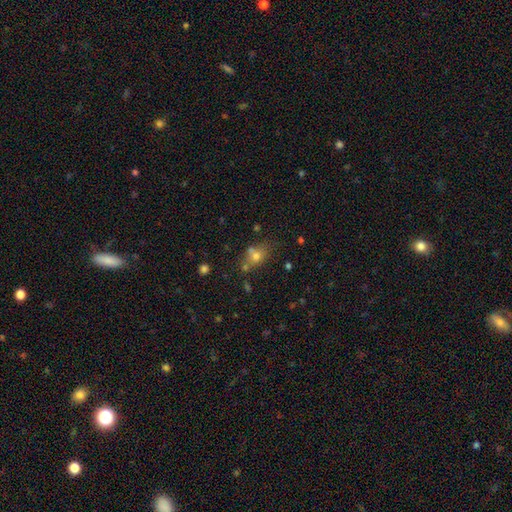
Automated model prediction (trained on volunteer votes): Smooth or featured: smooth — 68% (star or artifact — 17%)
How rounded: round — 52% (in between — 46%)
Merging: none — 50% (merger — 28%)